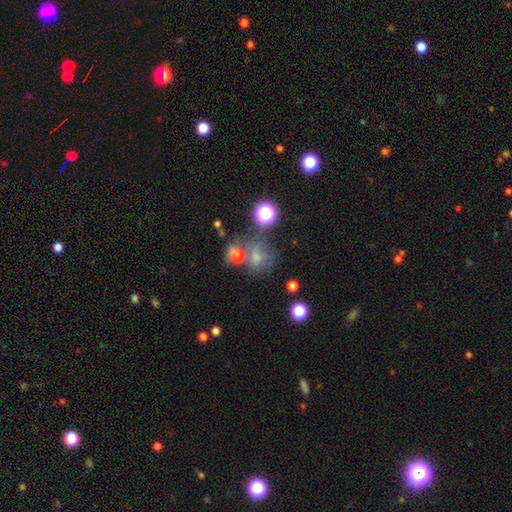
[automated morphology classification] Smooth or featured? Predicted: smooth (p=0.40). Merging? Predicted: none (p=0.52).